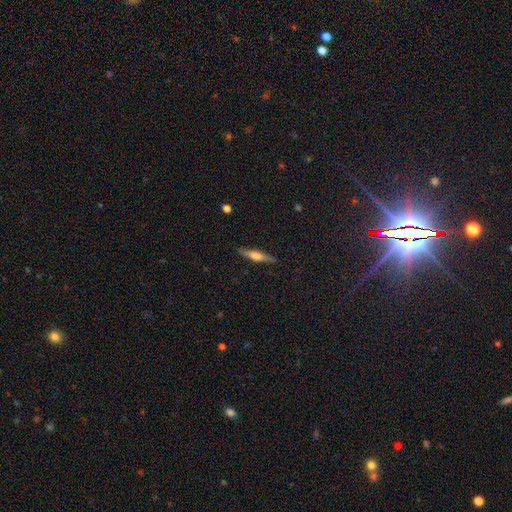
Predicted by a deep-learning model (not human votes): Smooth or featured: featured or disk — 59% (smooth — 35%)
Edge-on disk: yes — 96% (no — 4%)
Edge-on bulge: rounded — 73% (boxy — 19%)
Merging: none — 88% (minor disturbance — 8%)